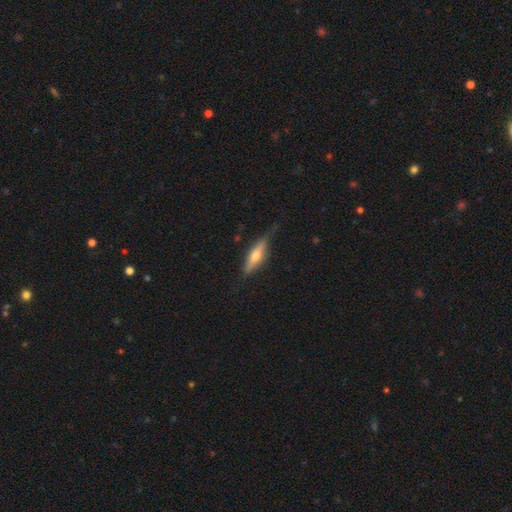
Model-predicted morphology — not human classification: smooth_or_featured: featured or disk (p=0.52) [alt: smooth p=0.42]
disk_edge_on: yes (p=0.88) [alt: no p=0.12]
merging: none (p=0.68) [alt: minor disturbance p=0.24]